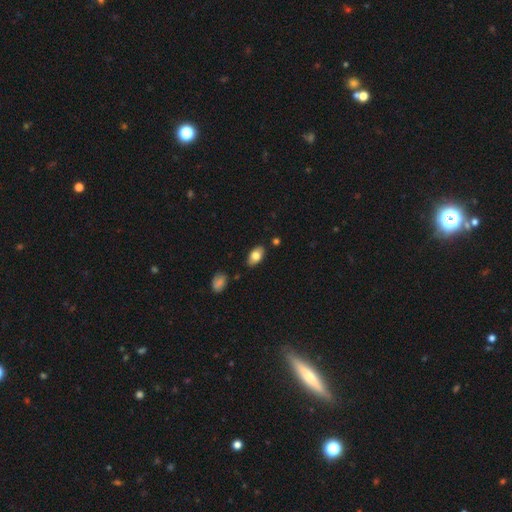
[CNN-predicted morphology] smooth 78%, featured or disk 15%, star or artifact 7%. Down the decision tree: how rounded — in between (93%); merging — none (83%).